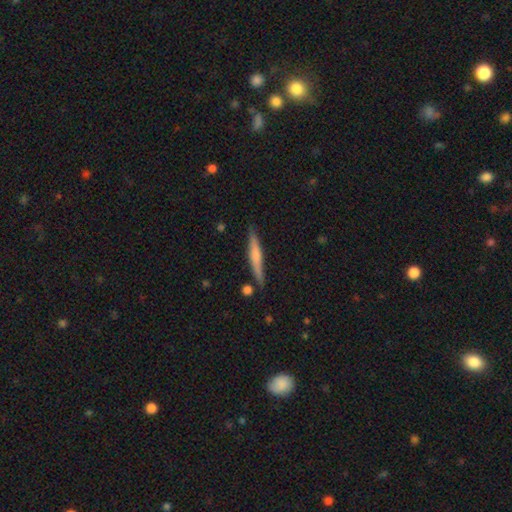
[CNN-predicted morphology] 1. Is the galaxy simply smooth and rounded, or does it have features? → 47% smooth (tied), 47% featured or disk (tied), 6% star or artifact.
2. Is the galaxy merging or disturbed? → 83% none, 12% minor disturbance, 3% merger, 2% major disturbance.